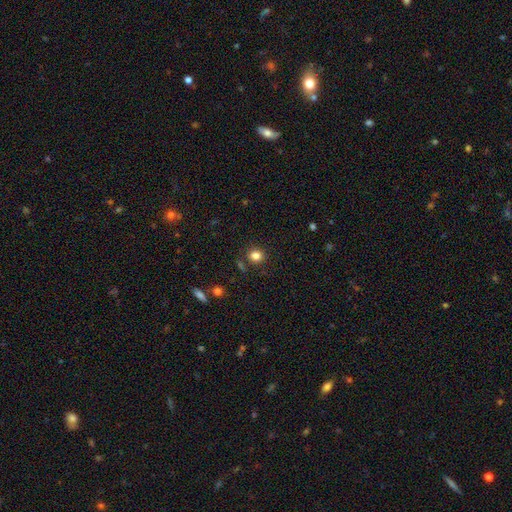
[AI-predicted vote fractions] A smooth galaxy with no disk features (82%) that is round (79%).

Vote fractions:
- Smooth or featured? smooth: 82% / star or artifact: 12% / featured or disk: 5%
- How rounded? round: 79% / in between: 20% / cigar-shaped: 1%
- Merging? none: 84% / minor disturbance: 9% / merger: 4% / major disturbance: 3%